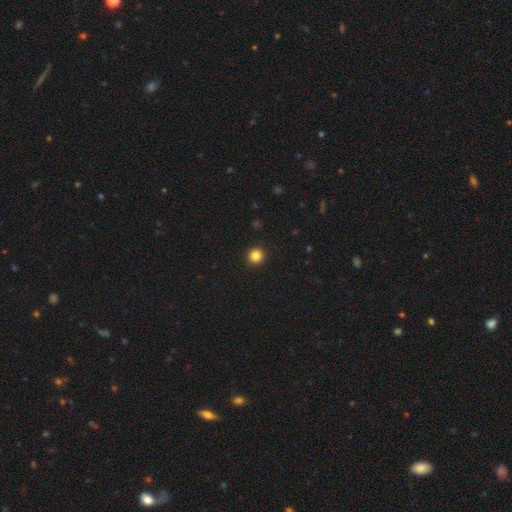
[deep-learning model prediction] A smooth galaxy with no disk features (84%) that is round (94%).

Vote fractions:
- Smooth or featured? smooth: 84% / star or artifact: 12% / featured or disk: 4%
- How rounded? round: 94% / in between: 5% / cigar-shaped: 1%
- Merging? none: 93% / minor disturbance: 4% / major disturbance: 2% / merger: 1%